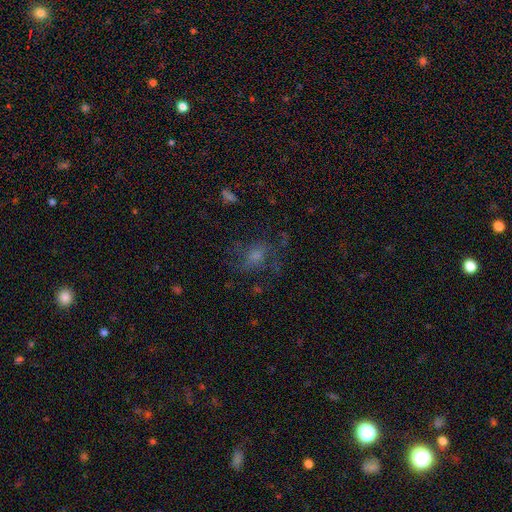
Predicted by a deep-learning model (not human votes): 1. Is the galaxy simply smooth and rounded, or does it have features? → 39% featured or disk, 36% smooth, 25% star or artifact.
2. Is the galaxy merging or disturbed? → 57% none, 21% major disturbance, 19% minor disturbance, 2% merger.